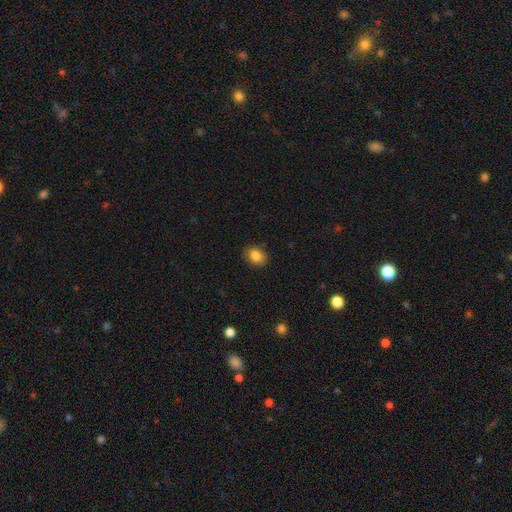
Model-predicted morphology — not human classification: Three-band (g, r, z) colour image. It shows a smooth galaxy with no disk features (85%) that is in between round and cigar-shaped (63%). Merging: none (84%).